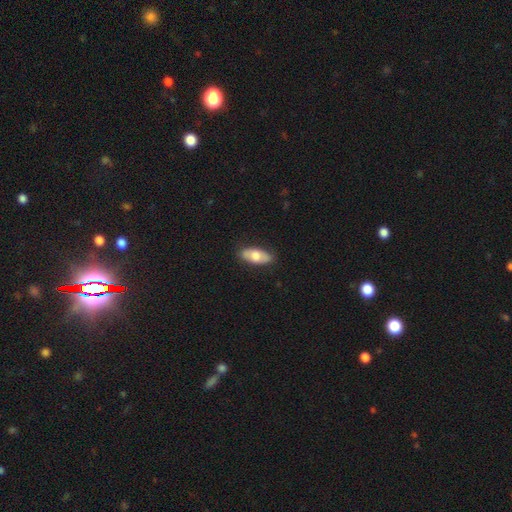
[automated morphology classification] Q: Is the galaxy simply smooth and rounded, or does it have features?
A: smooth — 64%.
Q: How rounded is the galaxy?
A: in between — 86%.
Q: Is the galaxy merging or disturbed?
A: none — 84%.